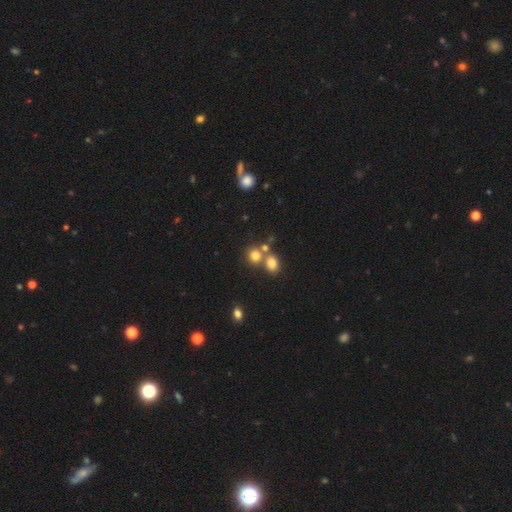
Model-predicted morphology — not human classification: The model was most divided on "merging": none: 51%, merger: 38%, minor disturbance: 8%, major disturbance: 3%. More confident: how rounded — round (78%); smooth or featured — smooth (75%).